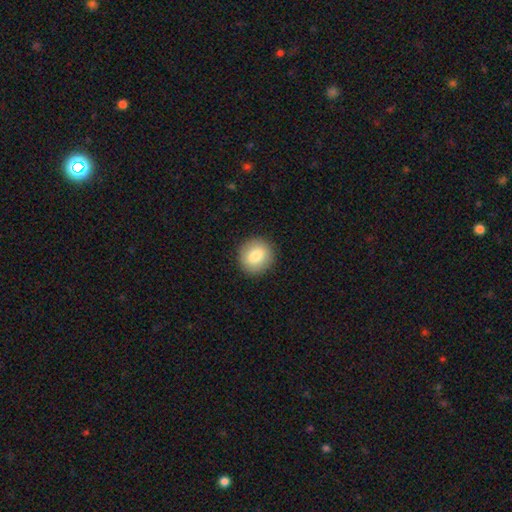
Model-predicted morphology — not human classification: Q: Smooth or featured?
A: smooth (80%); runner-up: featured or disk (13%)
Q: How rounded?
A: round (88%); runner-up: in between (11%)
Q: Merging?
A: none (90%); runner-up: minor disturbance (7%)